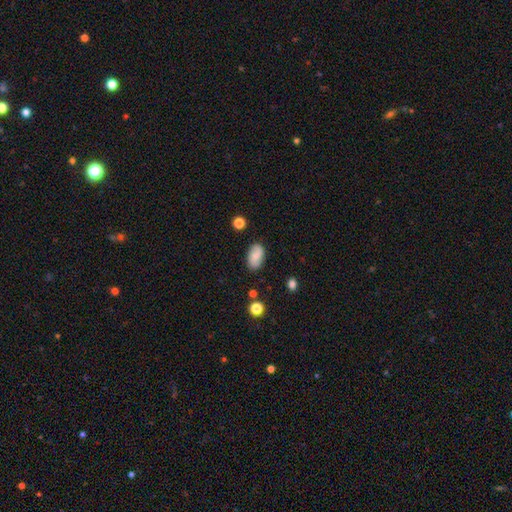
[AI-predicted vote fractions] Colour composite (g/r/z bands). It shows a smooth galaxy with no disk features (65%) that is in between round and cigar-shaped (91%). Merging: none (81%).